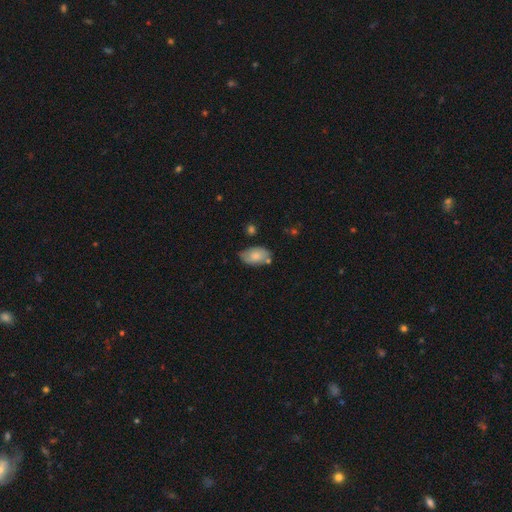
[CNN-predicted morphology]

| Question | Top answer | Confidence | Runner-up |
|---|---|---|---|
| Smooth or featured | smooth | 77% | featured or disk (17%) |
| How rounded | in between | 92% | round (6%) |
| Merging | none | 65% | minor disturbance (24%) |